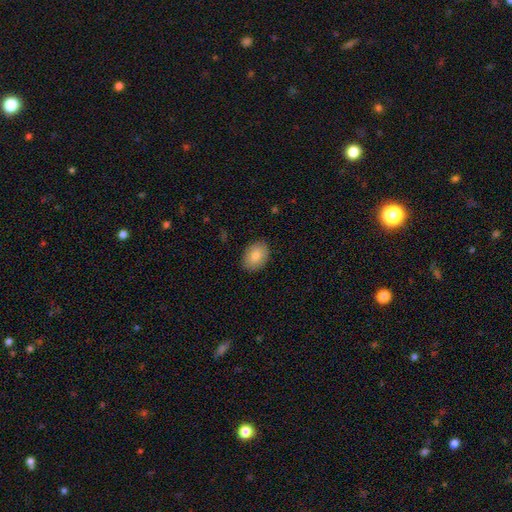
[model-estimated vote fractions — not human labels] This is clearly a smooth galaxy (83%). How rounded: likely in between (77%). Merging: clearly none (88%).